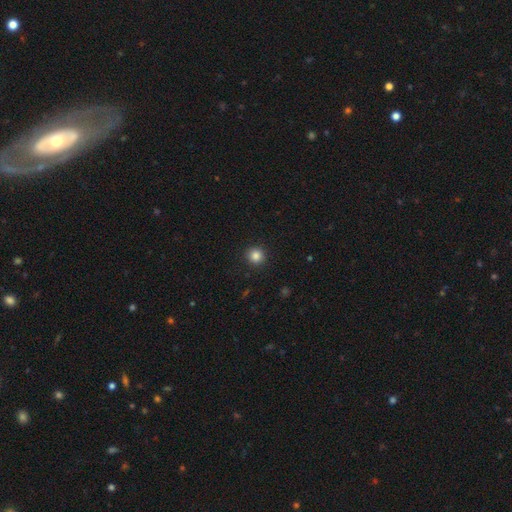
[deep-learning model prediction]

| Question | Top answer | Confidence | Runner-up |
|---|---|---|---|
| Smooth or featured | smooth | 85% | star or artifact (11%) |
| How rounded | round | 94% | in between (5%) |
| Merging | none | 92% | minor disturbance (5%) |